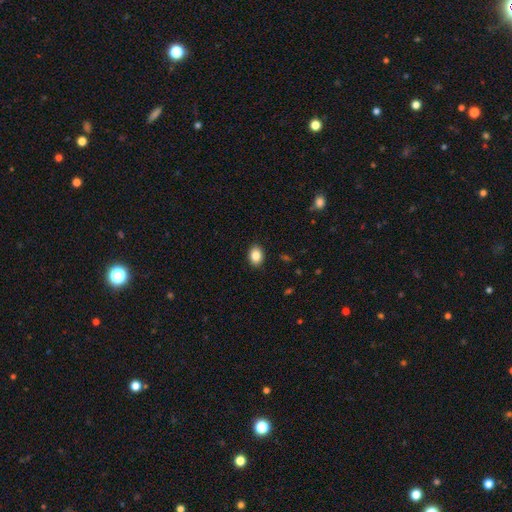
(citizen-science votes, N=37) Smooth or featured?
  - smooth: 92% *
  - featured or disk: 5%
  - star or artifact: 3%
How rounded?
  - in between: 74% *
  - round: 26%
  - cigar-shaped: 0%
Merging?
  - none: 83% *
  - minor disturbance: 11%
  - major disturbance: 6%
  - merger: 0%